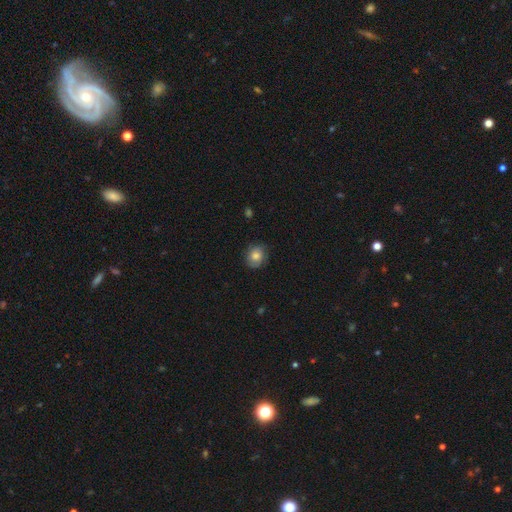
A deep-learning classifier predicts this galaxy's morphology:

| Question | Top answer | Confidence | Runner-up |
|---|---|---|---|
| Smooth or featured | smooth | 77% | featured or disk (15%) |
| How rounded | round | 66% | in between (33%) |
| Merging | none | 80% | minor disturbance (16%) |